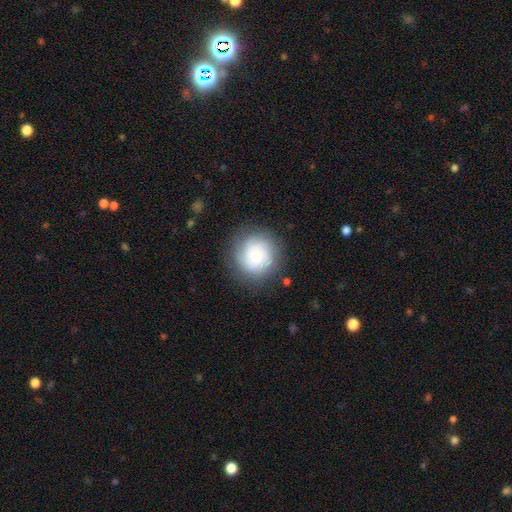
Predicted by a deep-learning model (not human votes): smooth_or_featured: smooth (p=0.58) [alt: featured or disk p=0.33]
how_rounded: round (p=0.91) [alt: in between p=0.08]
merging: none (p=0.78) [alt: minor disturbance p=0.13]